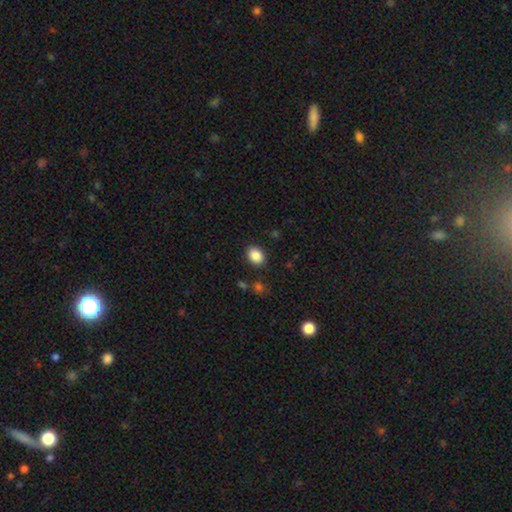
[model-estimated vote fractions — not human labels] smooth_or_featured: smooth (p=0.87) [alt: star or artifact p=0.09]
how_rounded: in between (p=0.69) [alt: round p=0.30]
merging: none (p=0.86) [alt: minor disturbance p=0.09]